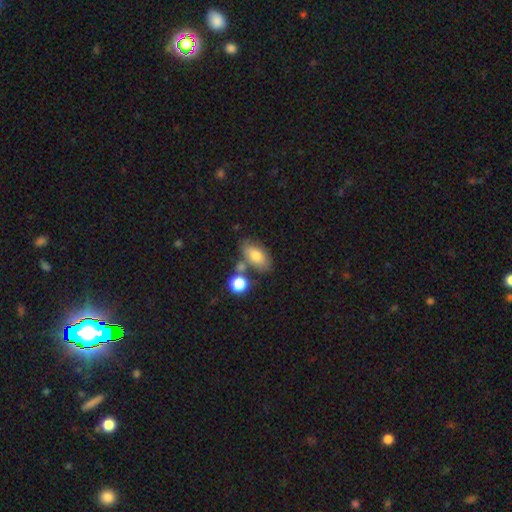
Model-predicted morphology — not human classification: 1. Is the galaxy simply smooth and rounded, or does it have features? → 76% smooth, 16% featured or disk, 8% star or artifact.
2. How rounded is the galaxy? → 89% in between, 7% round, 4% cigar-shaped.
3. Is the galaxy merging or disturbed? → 63% none, 16% merger, 15% minor disturbance, 5% major disturbance.